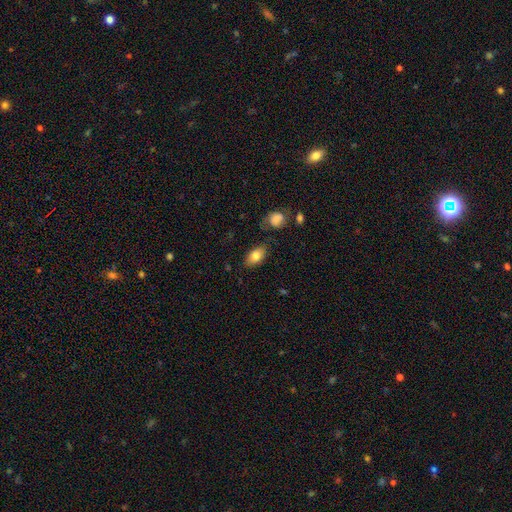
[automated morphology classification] A smooth galaxy with no disk features (80%) that is in between round and cigar-shaped (90%).

Vote fractions:
- Smooth or featured? smooth: 80% / featured or disk: 12% / star or artifact: 8%
- How rounded? in between: 90% / round: 7% / cigar-shaped: 3%
- Merging? none: 77% / minor disturbance: 16% / major disturbance: 4% / merger: 3%